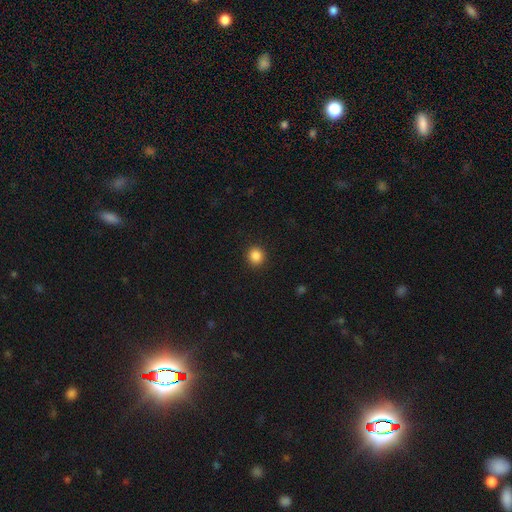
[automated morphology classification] smooth-or-featured: smooth: 86% | star or artifact: 11% | featured or disk: 3%
  how-rounded: round: 89% | in between: 10% | cigar-shaped: 1%
  merging: none: 92% | minor disturbance: 5% | major disturbance: 2% | merger: 1%